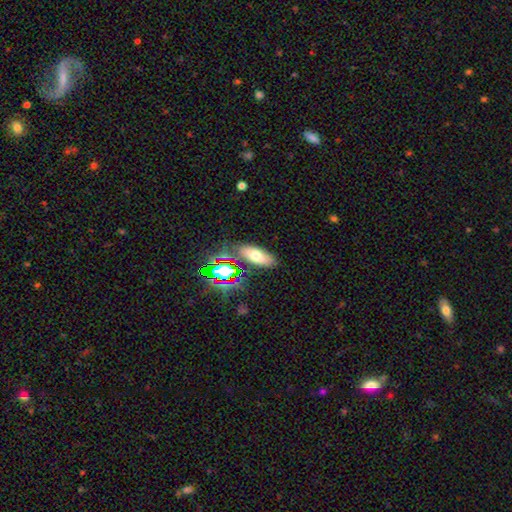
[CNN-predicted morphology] Overall: smooth (63%). How rounded: in between (76%). Merging: none (78%).